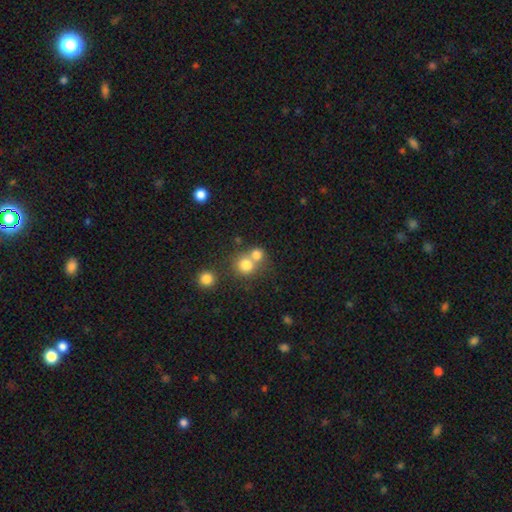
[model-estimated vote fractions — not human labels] Morphology: type=smooth (76%); roundness=round (85%); merging=none (46%).